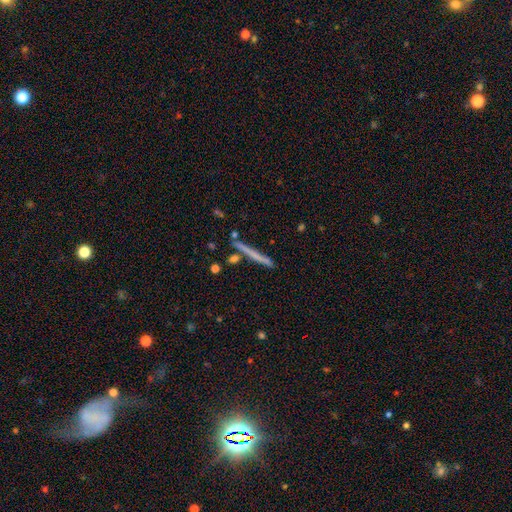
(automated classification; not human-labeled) This appears to be a smooth galaxy with no disk features (48%). Merging: none (84%).